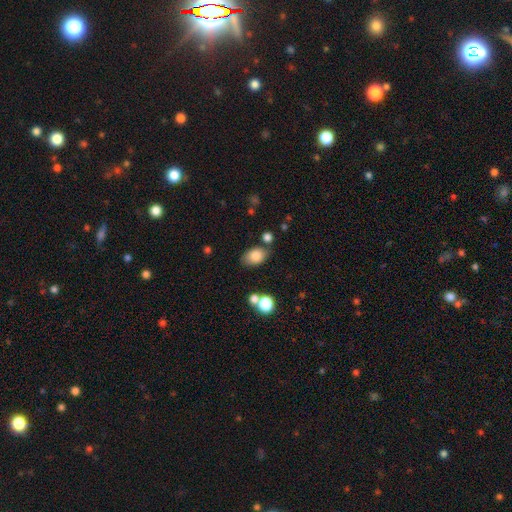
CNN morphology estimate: Smooth or featured? smooth (83%)
How rounded? in between (86%)
Merging? none (71%)